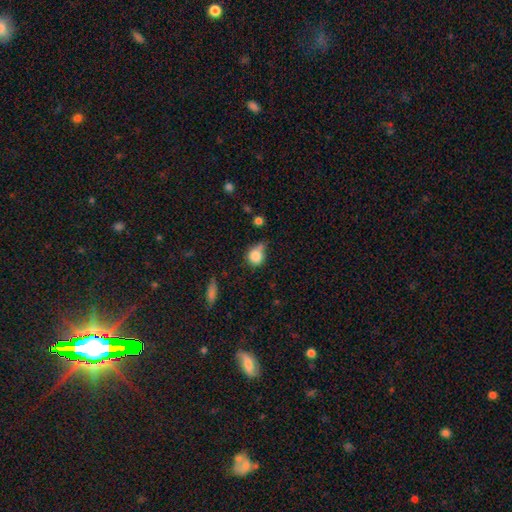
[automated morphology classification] Smooth or featured: smooth — 81% (star or artifact — 10%)
How rounded: round — 72% (in between — 27%)
Merging: none — 39% (minor disturbance — 35%)